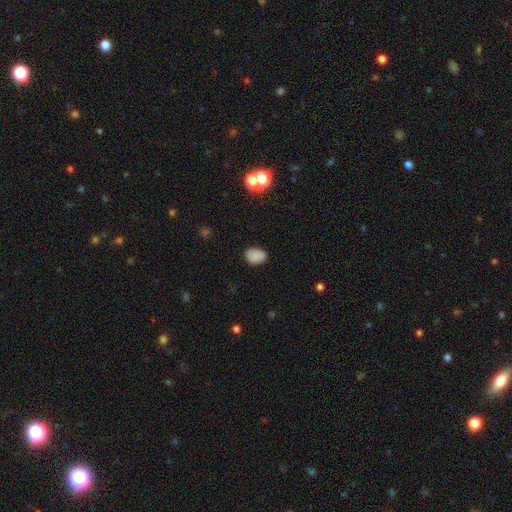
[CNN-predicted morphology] This appears to be a smooth galaxy with no disk features (85%) that is in between round and cigar-shaped (70%). Merging: none (82%).